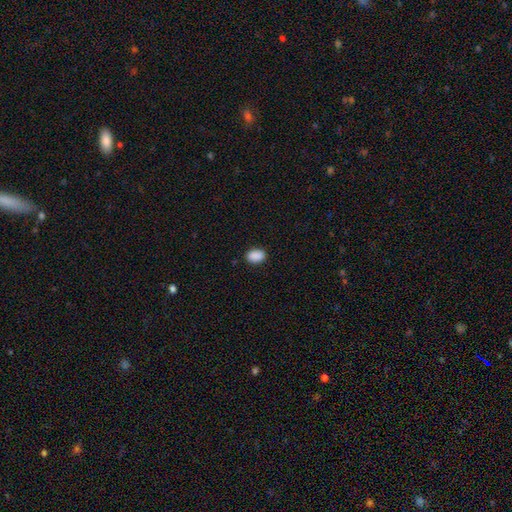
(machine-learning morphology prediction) This appears to be a smooth galaxy with no disk features (90%) that is in between round and cigar-shaped (84%). Merging: none (88%).